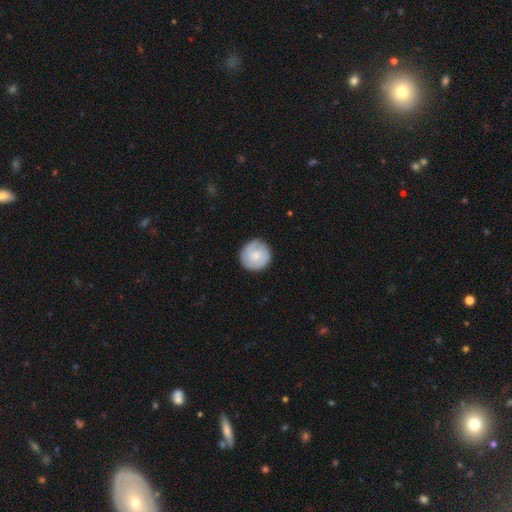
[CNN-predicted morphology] smooth_or_featured: smooth (p=0.54) [alt: featured or disk p=0.40]
how_rounded: round (p=0.93) [alt: in between p=0.06]
merging: none (p=0.86) [alt: minor disturbance p=0.11]